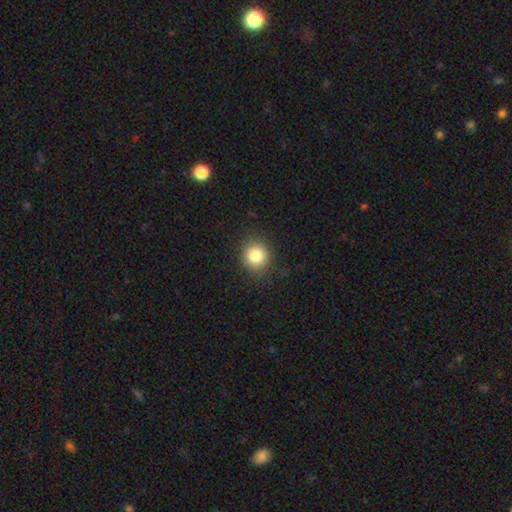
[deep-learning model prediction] The model was most divided on "smooth or featured": smooth: 84%, star or artifact: 11%, featured or disk: 6%. More confident: merging — none (88%); how rounded — round (86%).